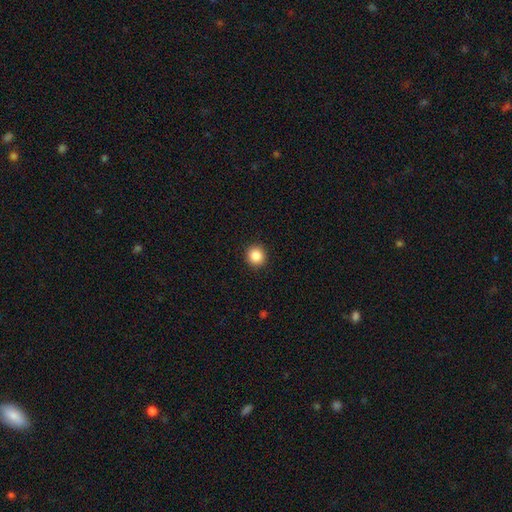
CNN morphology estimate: This appears to be a smooth galaxy with no disk features (87%) that is round (92%). Merging: none (92%).